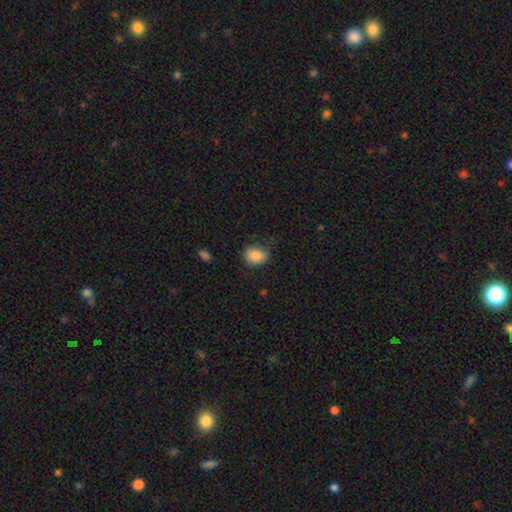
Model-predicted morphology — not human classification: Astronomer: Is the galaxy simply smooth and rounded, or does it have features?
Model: smooth — 84%.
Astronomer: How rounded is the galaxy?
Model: in between — 54% (runner-up: round, 45%).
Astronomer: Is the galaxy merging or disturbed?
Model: none — 72%.